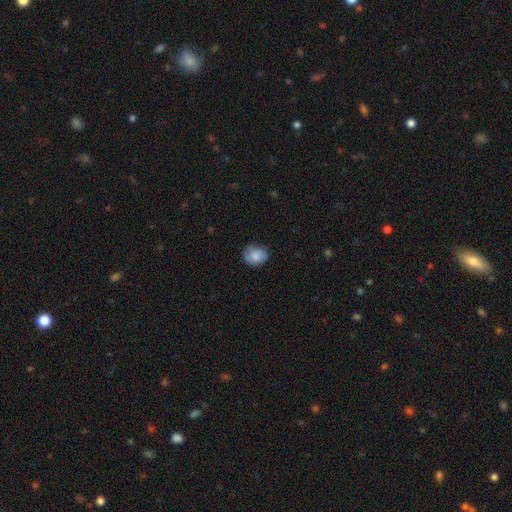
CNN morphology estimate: This appears to be a smooth galaxy with no disk features (78%) that is round (62%). Merging: none (69%).